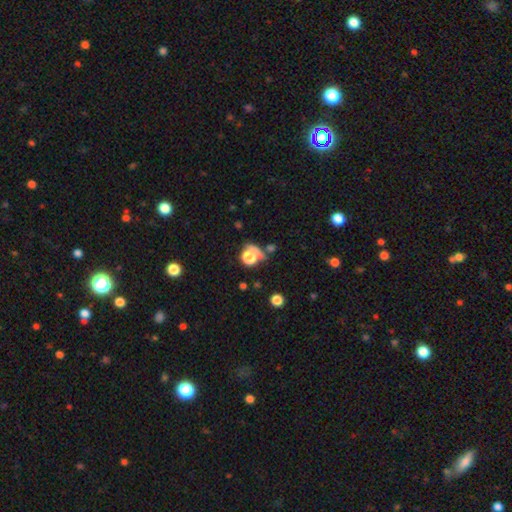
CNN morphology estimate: smooth 63%, star or artifact 26%, featured or disk 11%. Down the decision tree: how rounded — round (82%); merging — none (56%).